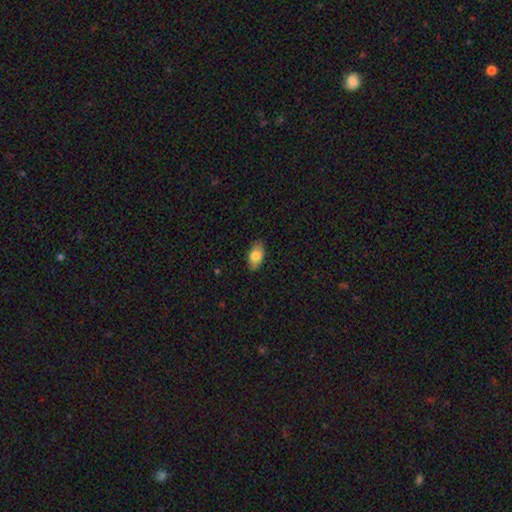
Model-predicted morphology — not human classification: smooth-or-featured: smooth: 79% | featured or disk: 14% | star or artifact: 7%
  how-rounded: in between: 91% | round: 5% | cigar-shaped: 4%
  merging: none: 83% | minor disturbance: 13% | major disturbance: 3% | merger: 1%